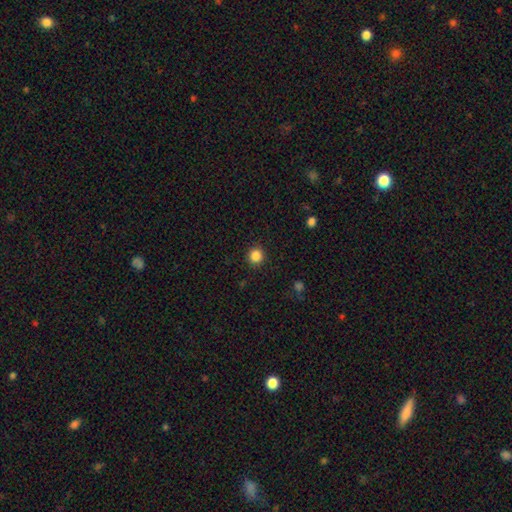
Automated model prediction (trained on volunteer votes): smooth 86%, star or artifact 11%, featured or disk 3%. Down the decision tree: how rounded — round (92%); merging — none (91%).